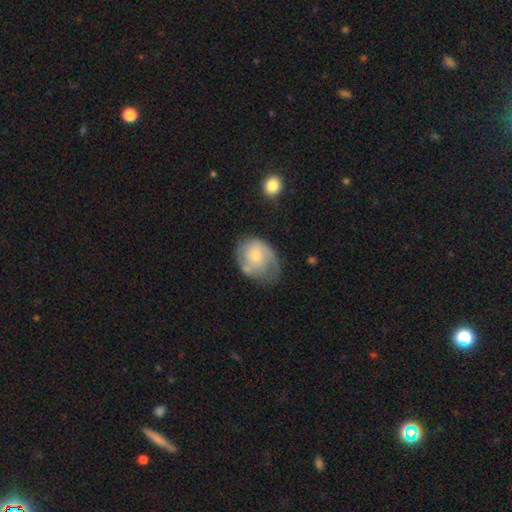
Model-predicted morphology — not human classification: This is likely a featured or disk galaxy (66%). It is clearly not viewed edge-on (97%). Bar: likely no (71%). Spiral arm pattern: clearly yes (87%). Spiral arm count: possibly 2 (53%). Spiral winding: marginally medium (42%). Central bulge: possibly small (59%). Merging: possibly none (53%).